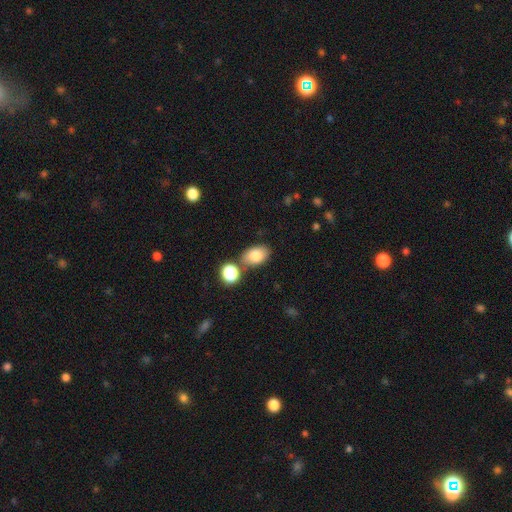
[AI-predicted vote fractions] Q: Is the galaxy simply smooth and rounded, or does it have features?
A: smooth — 81%.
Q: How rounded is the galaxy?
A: in between — 86%.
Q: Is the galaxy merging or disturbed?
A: none — 73%.